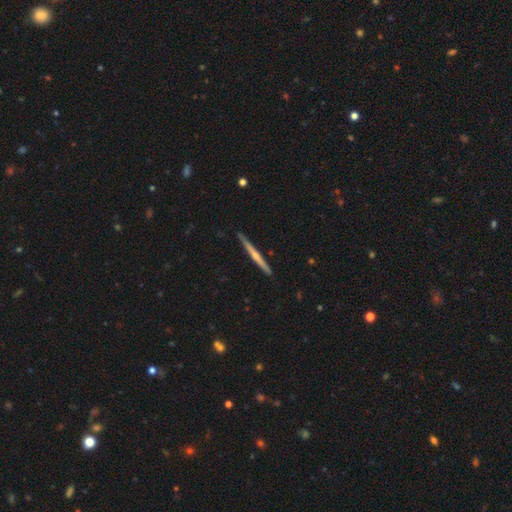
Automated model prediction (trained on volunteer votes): Smooth or featured? featured or disk (64%)
Edge-on disk? yes (98%)
Edge-on bulge? rounded (59%)
Merging? none (90%)